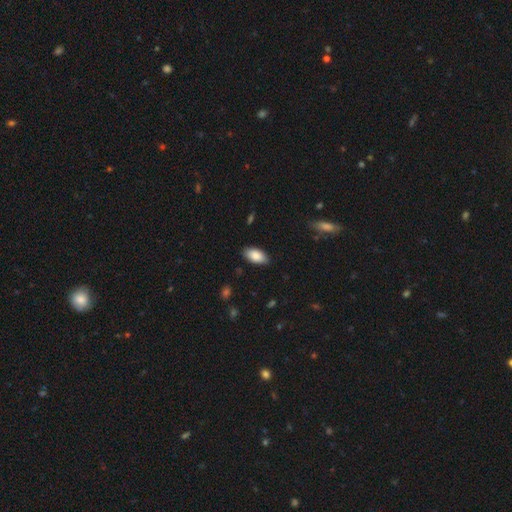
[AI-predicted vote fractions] This appears to be a smooth galaxy with no disk features (87%) that is in between round and cigar-shaped (94%). Merging: none (86%).